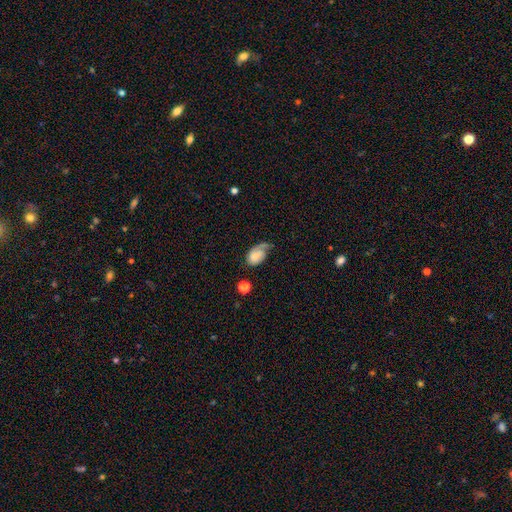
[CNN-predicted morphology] smooth_or_featured: smooth (p=0.48) [alt: featured or disk p=0.43]
merging: none (p=0.36) [alt: minor disturbance p=0.31]